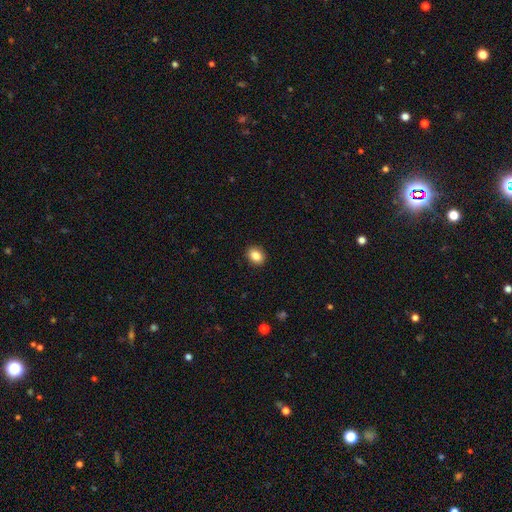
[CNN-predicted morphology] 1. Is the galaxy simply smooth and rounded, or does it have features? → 86% smooth, 9% star or artifact, 5% featured or disk.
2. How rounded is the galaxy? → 55% in between, 44% round, 1% cigar-shaped.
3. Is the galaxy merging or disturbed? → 91% none, 7% minor disturbance, 2% major disturbance, 1% merger.